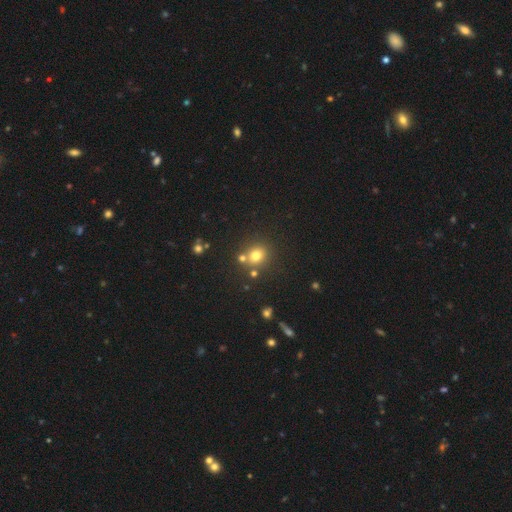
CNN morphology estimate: A smooth galaxy with no disk features (74%) that is round (79%). Merging: none (70%).